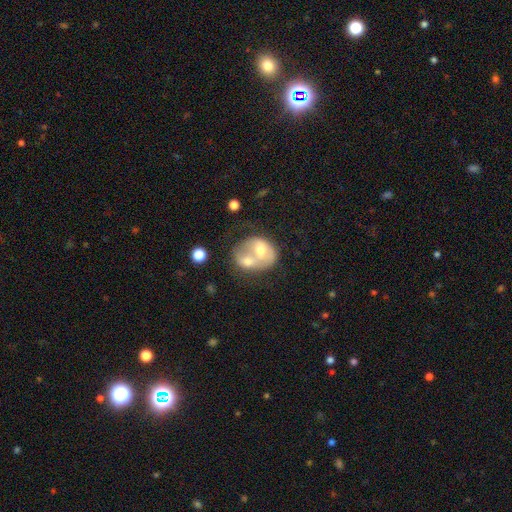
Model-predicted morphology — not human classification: smooth_or_featured: featured or disk (p=0.47) [alt: smooth p=0.45]
merging: merger (p=0.75) [alt: none p=0.14]